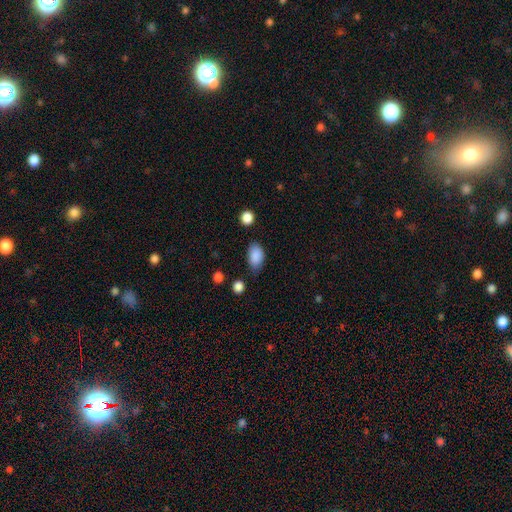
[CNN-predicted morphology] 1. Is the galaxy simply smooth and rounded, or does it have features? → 89% smooth, 7% star or artifact, 4% featured or disk.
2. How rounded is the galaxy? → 90% in between, 8% round, 2% cigar-shaped.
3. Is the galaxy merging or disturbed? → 68% none, 23% minor disturbance, 5% major disturbance, 3% merger.